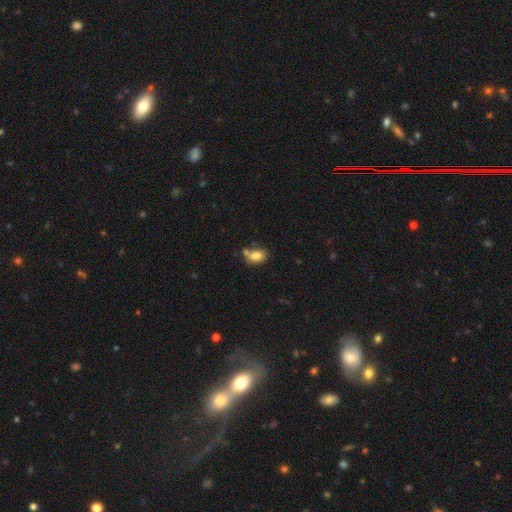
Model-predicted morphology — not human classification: Overall: smooth (81%). How rounded: in between (83%). Merging: none (55%; merger 23%).